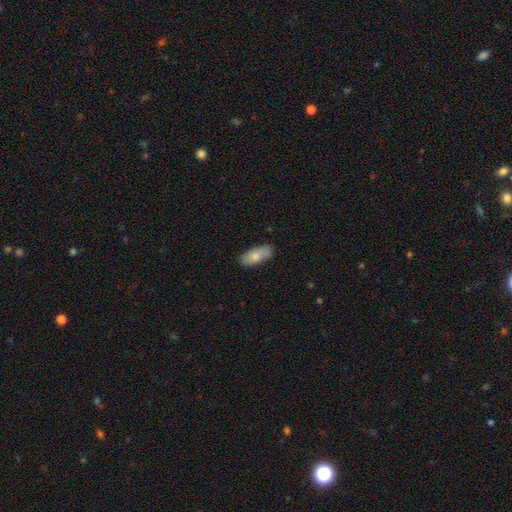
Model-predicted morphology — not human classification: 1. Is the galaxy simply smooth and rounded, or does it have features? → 76% smooth, 18% featured or disk, 6% star or artifact.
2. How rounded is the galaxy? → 87% in between, 11% cigar-shaped, 2% round.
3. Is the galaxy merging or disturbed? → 76% none, 20% minor disturbance, 3% major disturbance, 1% merger.